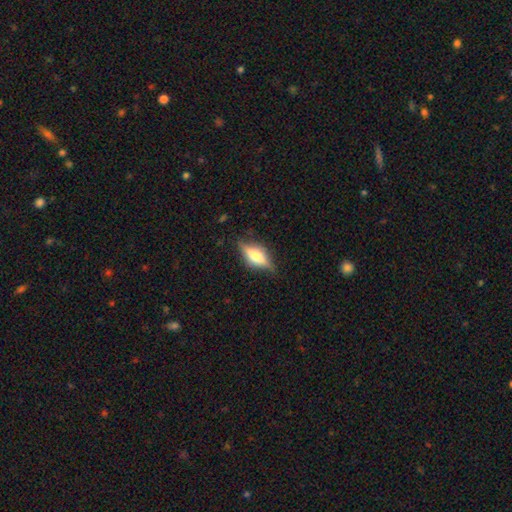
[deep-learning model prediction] Overall: featured or disk (54%; smooth 38%). Edge-on disk: yes (91%). Merging: none (79%).